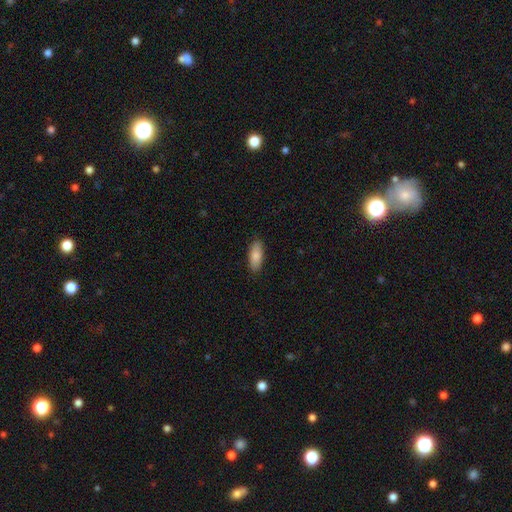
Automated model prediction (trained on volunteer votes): Q: Smooth or featured?
A: smooth (84%); runner-up: featured or disk (10%)
Q: How rounded?
A: in between (79%); runner-up: cigar-shaped (18%)
Q: Merging?
A: none (87%); runner-up: minor disturbance (10%)